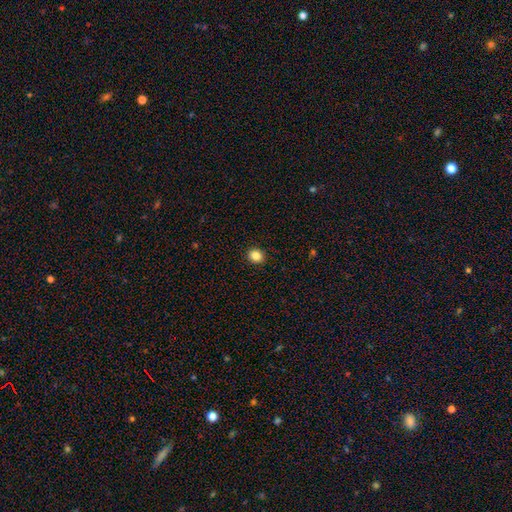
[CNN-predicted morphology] smooth_or_featured: smooth (p=0.86) [alt: star or artifact p=0.10]
how_rounded: round (p=0.79) [alt: in between p=0.20]
merging: none (p=0.92) [alt: minor disturbance p=0.05]